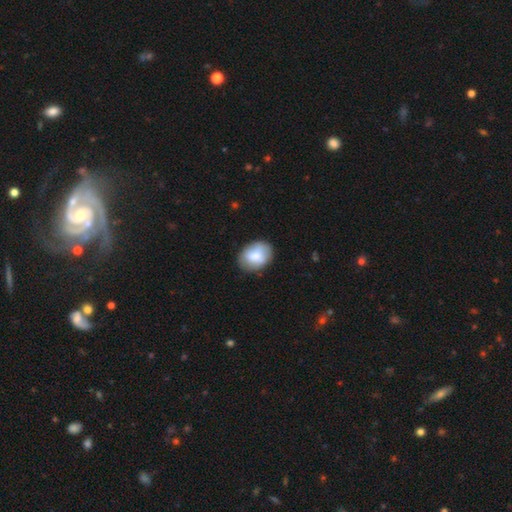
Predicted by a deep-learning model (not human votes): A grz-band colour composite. It shows a smooth galaxy with no disk features (77%) that is in between round and cigar-shaped (69%). Merging: none (79%).